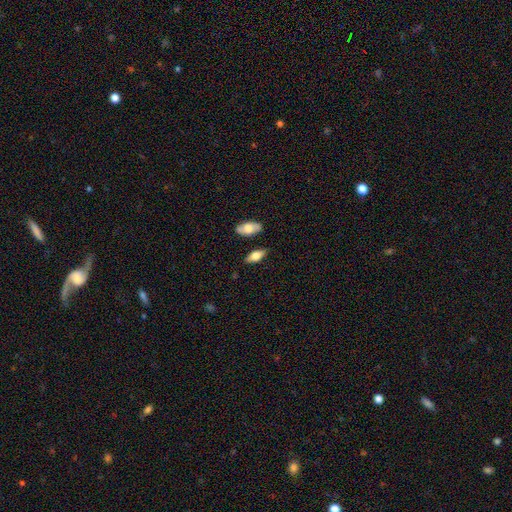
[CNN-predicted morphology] Smooth or featured? Predicted: smooth (p=0.63). How rounded? Predicted: in between (p=0.78). Merging? Predicted: none (p=0.78).